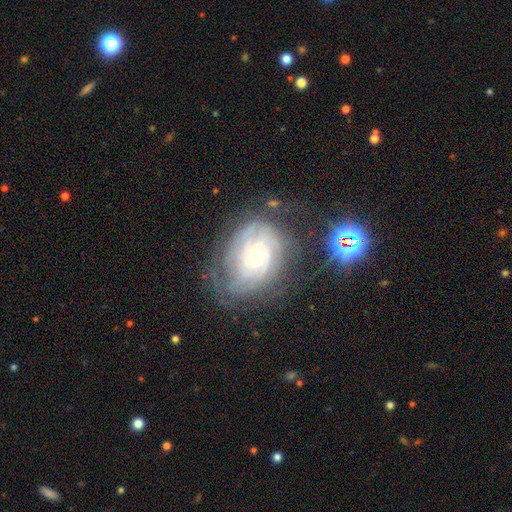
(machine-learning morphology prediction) The model was most divided on "spiral arm count": can't tell: 43%, 3: 15%, 2: 15%, 4: 13%, more than 4: 8%, 1: 5%. More confident: edge-on disk — no (97%); spiral arms — yes (93%); bar — no (81%); smooth or featured — featured or disk (81%); spiral winding — tight (74%); bulge size — small (64%); merging — none (62%).